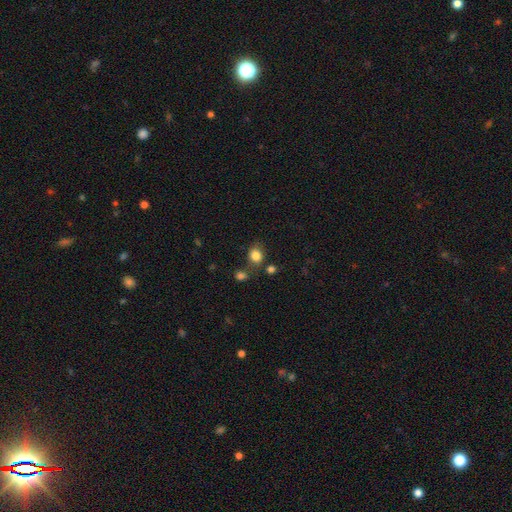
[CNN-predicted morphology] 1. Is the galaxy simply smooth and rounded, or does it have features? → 82% smooth, 11% star or artifact, 6% featured or disk.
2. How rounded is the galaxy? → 56% round, 43% in between, 1% cigar-shaped.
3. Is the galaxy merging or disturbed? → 68% none, 15% minor disturbance, 12% merger, 5% major disturbance.